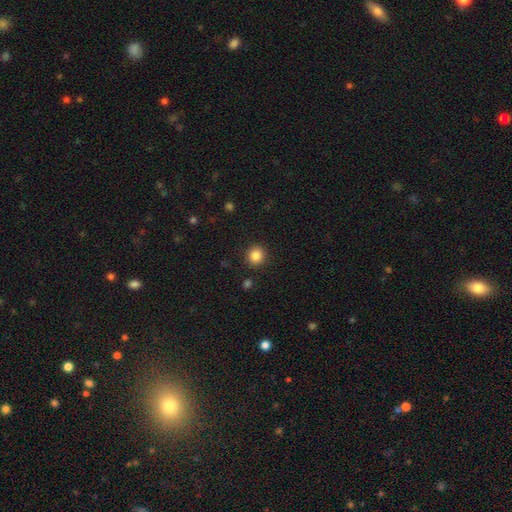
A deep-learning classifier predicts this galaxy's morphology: Smooth or featured: smooth — 86% (star or artifact — 10%)
How rounded: round — 88% (in between — 11%)
Merging: none — 90% (minor disturbance — 6%)